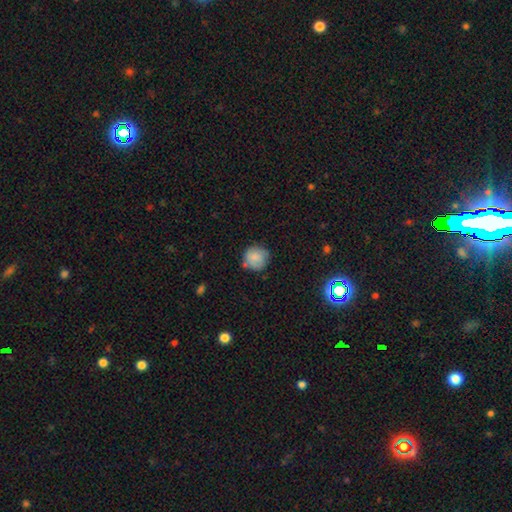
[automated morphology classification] The model was most divided on "merging": none: 74%, minor disturbance: 18%, merger: 4%, major disturbance: 4%. More confident: how rounded — round (92%); smooth or featured — smooth (81%).